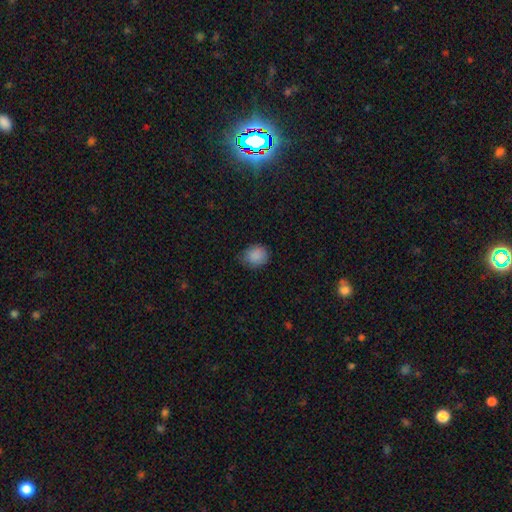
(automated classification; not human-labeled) Smooth or featured?
  - smooth: 87% *
  - star or artifact: 9%
  - featured or disk: 4%
How rounded?
  - round: 70% *
  - in between: 29%
  - cigar-shaped: 1%
Merging?
  - none: 69% *
  - minor disturbance: 26%
  - major disturbance: 5%
  - merger: 1%